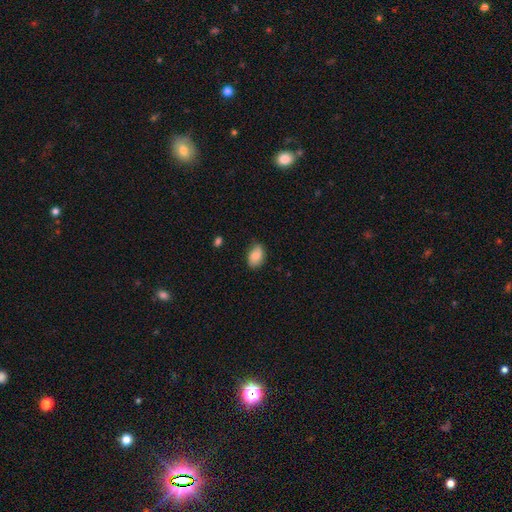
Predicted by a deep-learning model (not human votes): Smooth or featured? smooth (84%)
How rounded? in between (88%)
Merging? none (74%)